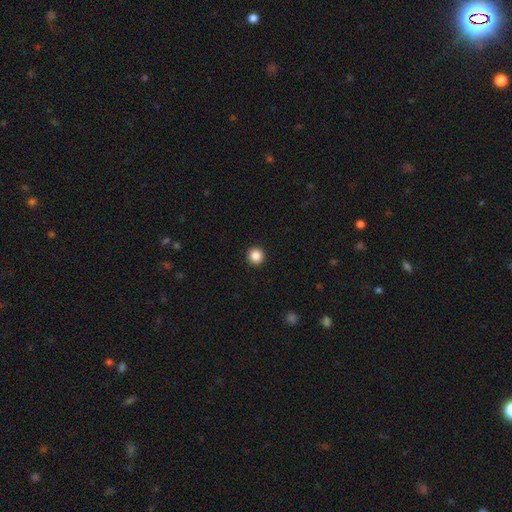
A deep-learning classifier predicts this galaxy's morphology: smooth-or-featured: smooth: 87% | star or artifact: 10% | featured or disk: 3%
  how-rounded: round: 96% | in between: 3% | cigar-shaped: 1%
  merging: none: 94% | minor disturbance: 4% | major disturbance: 1% | merger: 1%